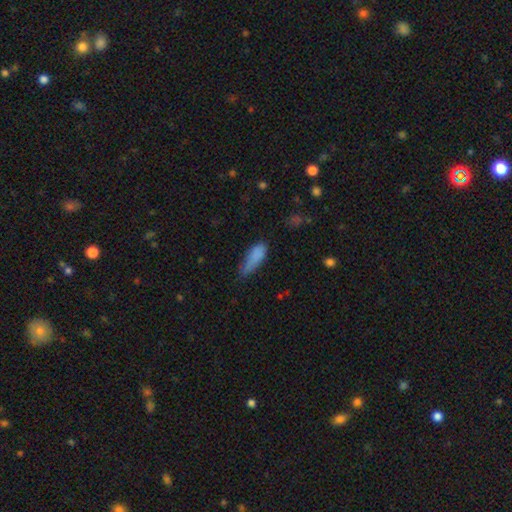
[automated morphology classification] Smooth or featured?
  - smooth: 82% *
  - featured or disk: 9%
  - star or artifact: 8%
How rounded?
  - in between: 64% *
  - cigar-shaped: 34%
  - round: 2%
Merging?
  - minor disturbance: 42% *
  - none: 38%
  - major disturbance: 16%
  - merger: 4%